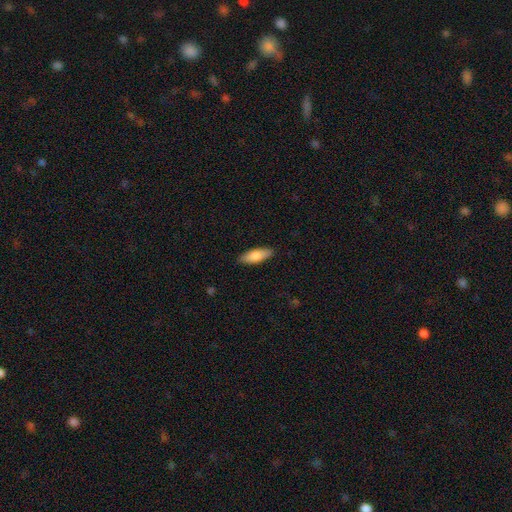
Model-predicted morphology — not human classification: Q: Smooth or featured?
A: smooth (83%); runner-up: featured or disk (12%)
Q: How rounded?
A: in between (63%); runner-up: cigar-shaped (35%)
Q: Merging?
A: none (88%); runner-up: minor disturbance (9%)